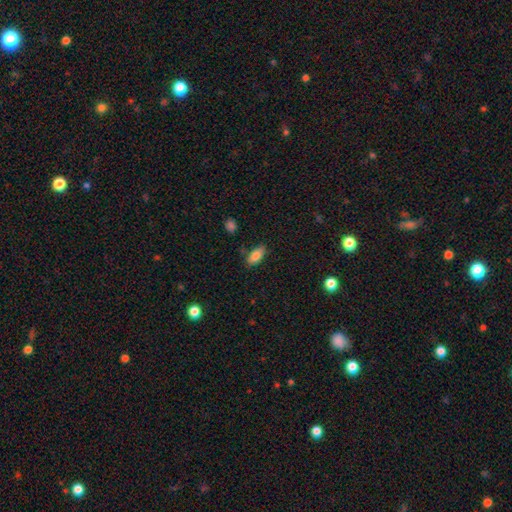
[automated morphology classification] Overall: smooth (81%). How rounded: in between (87%). Merging: none (79%).